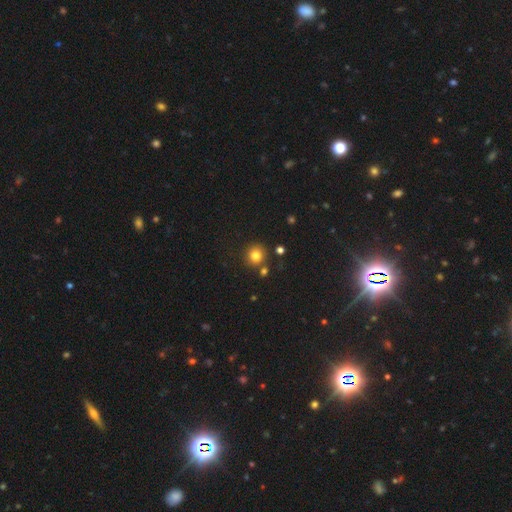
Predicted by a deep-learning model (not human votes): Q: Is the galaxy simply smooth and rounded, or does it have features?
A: smooth — 80%.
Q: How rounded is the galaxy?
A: round — 91%.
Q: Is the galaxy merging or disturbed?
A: none — 81%.